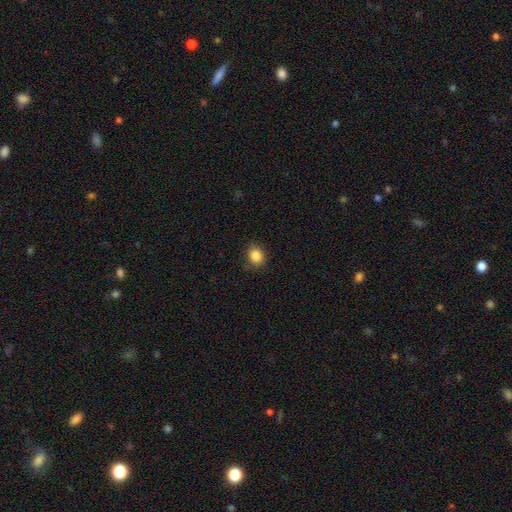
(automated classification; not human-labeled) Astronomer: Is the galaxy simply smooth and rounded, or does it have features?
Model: smooth — 86%.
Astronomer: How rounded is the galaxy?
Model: round — 70%.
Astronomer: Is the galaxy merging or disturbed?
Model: none — 85%.